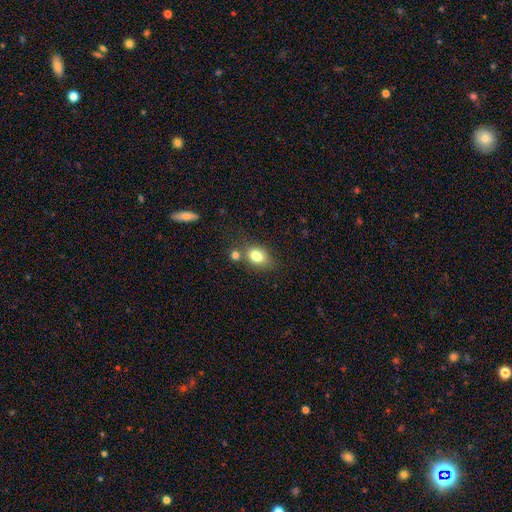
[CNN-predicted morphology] A smooth galaxy with no disk features (80%) that is in between round and cigar-shaped (70%).

Vote fractions:
- Smooth or featured? smooth: 80% / star or artifact: 10% / featured or disk: 10%
- How rounded? in between: 70% / round: 28% / cigar-shaped: 2%
- Merging? none: 57% / merger: 22% / minor disturbance: 15% / major disturbance: 5%